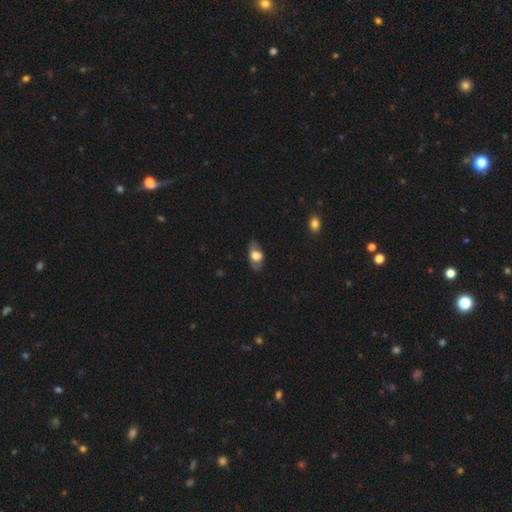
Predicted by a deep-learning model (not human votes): smooth-or-featured: smooth: 58% | featured or disk: 35% | star or artifact: 7%
  how-rounded: in between: 86% | round: 10% | cigar-shaped: 5%
  merging: none: 73% | minor disturbance: 20% | major disturbance: 6% | merger: 1%